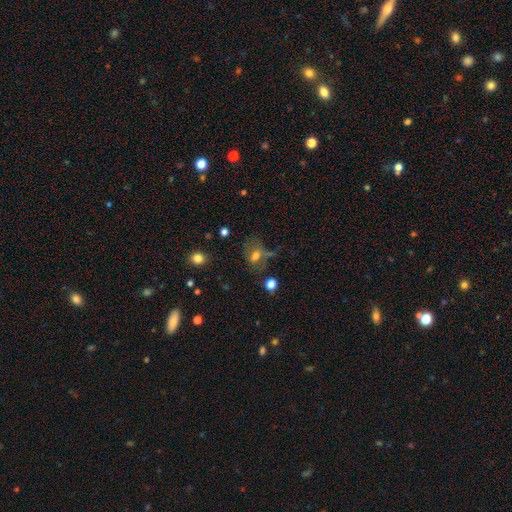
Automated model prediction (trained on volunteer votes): Smooth or featured?
  - smooth: 62% *
  - featured or disk: 23%
  - star or artifact: 15%
How rounded?
  - in between: 69% *
  - round: 29%
  - cigar-shaped: 2%
Merging?
  - none: 43% *
  - major disturbance: 24%
  - minor disturbance: 23%
  - merger: 10%